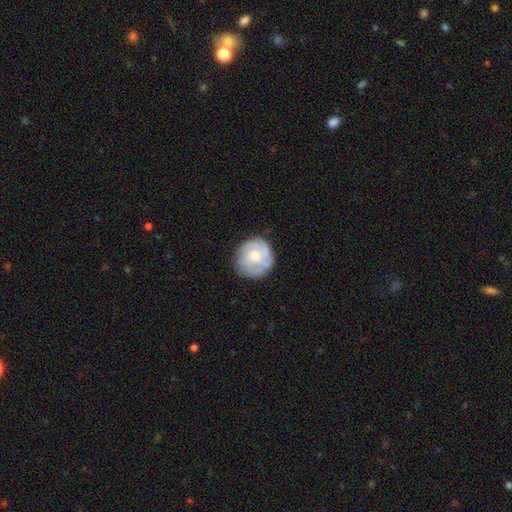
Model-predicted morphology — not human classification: smooth_or_featured: featured or disk (p=0.60) [alt: smooth p=0.34]
disk_edge_on: no (p=0.98) [alt: yes p=0.02]
bar: no (p=0.78) [alt: weak p=0.19]
has_spiral_arms: yes (p=0.79) [alt: no p=0.21]
bulge_size: moderate (p=0.53) [alt: small p=0.40]
merging: none (p=0.75) [alt: minor disturbance p=0.18]